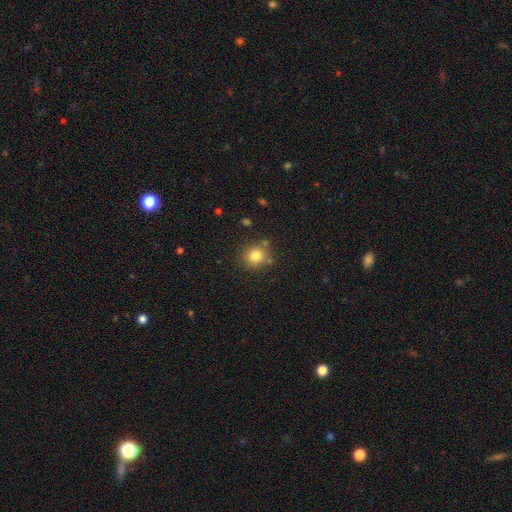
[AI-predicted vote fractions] Smooth or featured: smooth — 81% (star or artifact — 12%)
How rounded: round — 84% (in between — 15%)
Merging: none — 80% (minor disturbance — 11%)